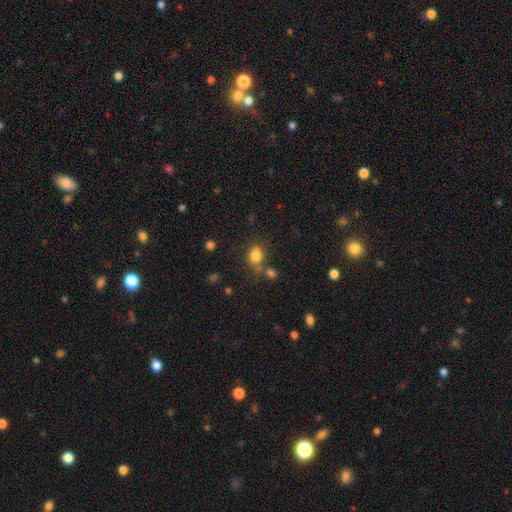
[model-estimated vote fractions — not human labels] smooth-or-featured: smooth: 80% | star or artifact: 12% | featured or disk: 8%
  how-rounded: in between: 65% | round: 34% | cigar-shaped: 1%
  merging: none: 56% | merger: 21% | minor disturbance: 16% | major disturbance: 7%